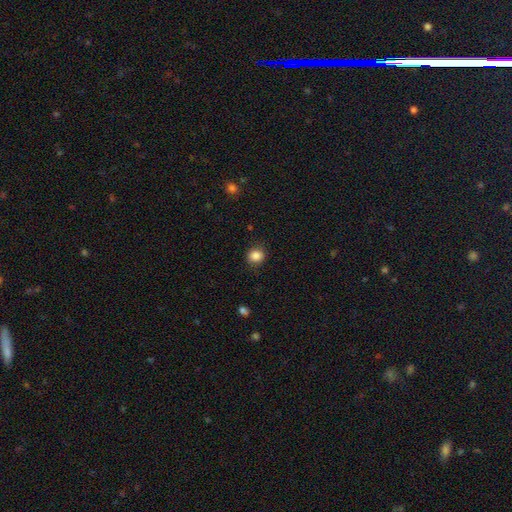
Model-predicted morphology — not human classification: Smooth or featured? smooth (86%)
How rounded? round (79%)
Merging? none (87%)